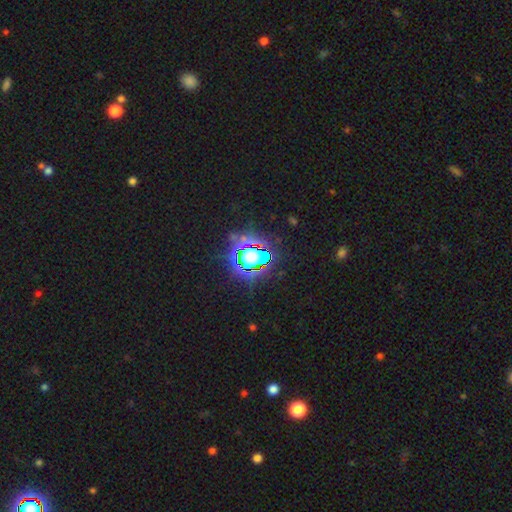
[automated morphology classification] This appears to be a star or artifact, not a galaxy (80%).